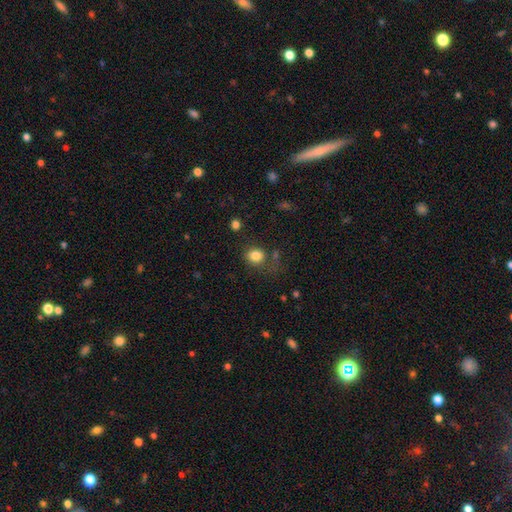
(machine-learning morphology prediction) Smooth or featured: smooth — 83% (star or artifact — 11%)
How rounded: round — 68% (in between — 31%)
Merging: none — 70% (minor disturbance — 16%)